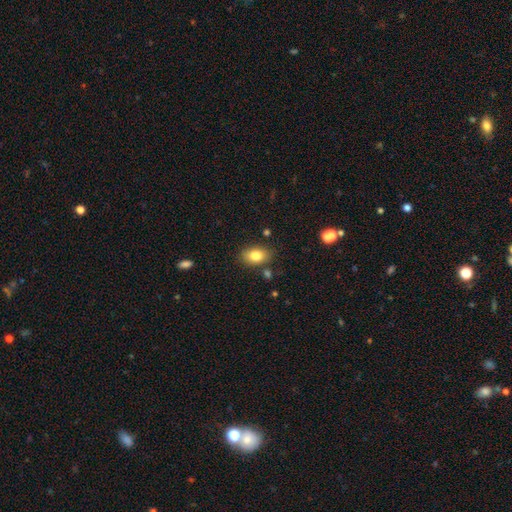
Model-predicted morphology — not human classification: Overall: smooth (82%). How rounded: in between (85%). Merging: none (81%).